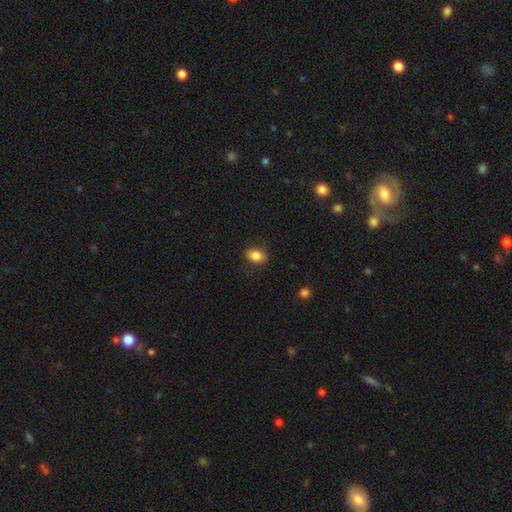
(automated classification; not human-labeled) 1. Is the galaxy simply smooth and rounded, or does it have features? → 85% smooth, 9% star or artifact, 6% featured or disk.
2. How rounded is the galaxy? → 75% in between, 23% round, 1% cigar-shaped.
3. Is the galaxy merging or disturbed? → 85% none, 11% minor disturbance, 3% major disturbance, 1% merger.